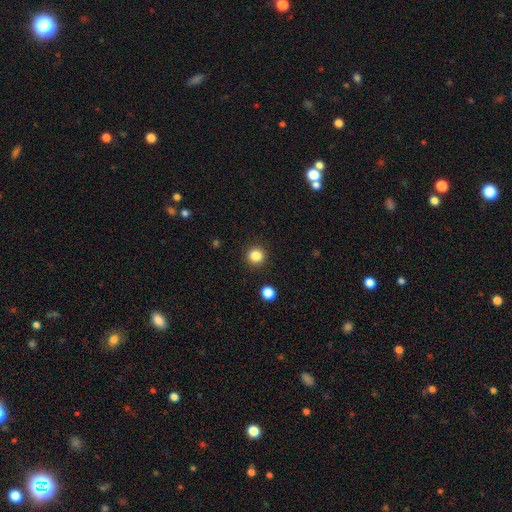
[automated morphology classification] Smooth or featured? smooth (85%)
How rounded? round (94%)
Merging? none (92%)